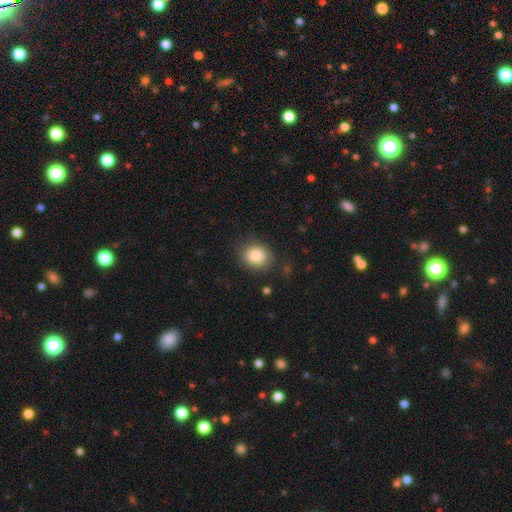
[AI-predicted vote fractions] Q: Smooth or featured?
A: smooth (81%); runner-up: featured or disk (11%)
Q: How rounded?
A: round (68%); runner-up: in between (31%)
Q: Merging?
A: none (81%); runner-up: minor disturbance (13%)